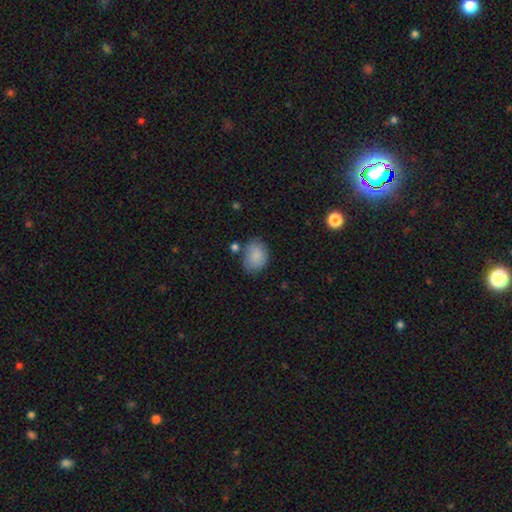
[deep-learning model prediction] Smooth or featured: smooth — 85% (featured or disk — 8%)
How rounded: in between — 63% (round — 36%)
Merging: none — 66% (minor disturbance — 21%)